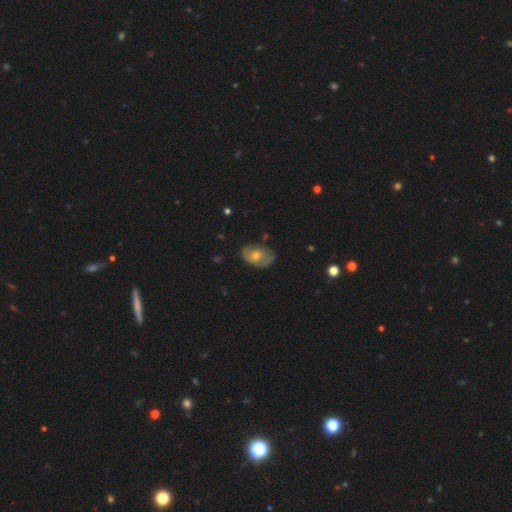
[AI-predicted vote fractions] smooth-or-featured: featured or disk: 51% | smooth: 40% | star or artifact: 9%
  disk-edge-on: no: 93% | yes: 7%
  merging: none: 67% | minor disturbance: 24% | major disturbance: 7% | merger: 2%